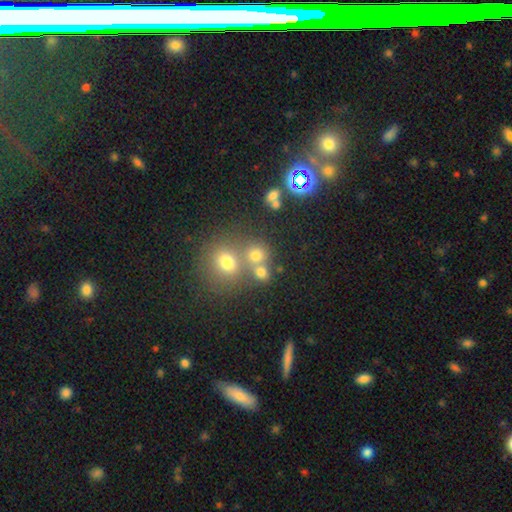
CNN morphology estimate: type=smooth (70%); roundness=round (80%); merging=none (53%).